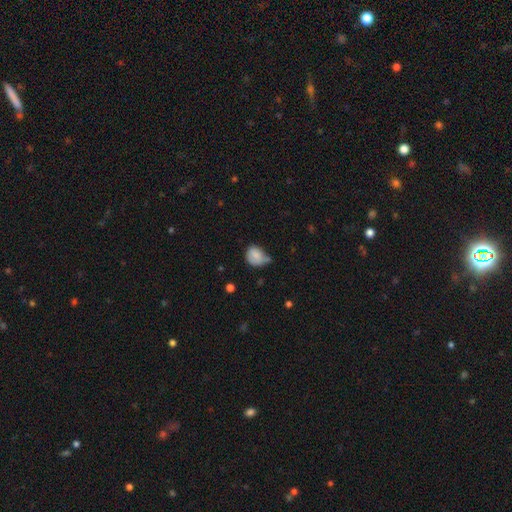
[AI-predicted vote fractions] Smooth or featured?
  - smooth: 80% *
  - featured or disk: 12%
  - star or artifact: 8%
How rounded?
  - round: 55% *
  - in between: 44%
  - cigar-shaped: 1%
Merging?
  - none: 38% * (tied)
  - minor disturbance: 38% * (tied)
  - major disturbance: 12%
  - merger: 12%